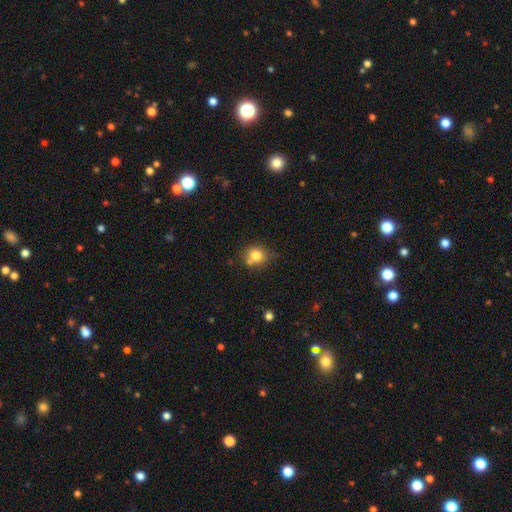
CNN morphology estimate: Smooth or featured?
  - smooth: 79% *
  - star or artifact: 11%
  - featured or disk: 10%
How rounded?
  - round: 81% *
  - in between: 18%
  - cigar-shaped: 1%
Merging?
  - none: 61% *
  - merger: 18%
  - minor disturbance: 17%
  - major disturbance: 4%